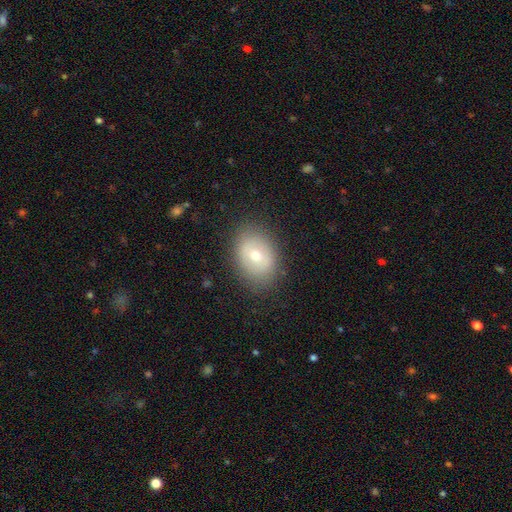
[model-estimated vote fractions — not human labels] A smooth galaxy with no disk features (62%) that is in between round and cigar-shaped (69%).

Vote fractions:
- Smooth or featured? smooth: 62% / featured or disk: 29% / star or artifact: 9%
- How rounded? in between: 69% / round: 30% / cigar-shaped: 1%
- Merging? none: 83% / minor disturbance: 12% / major disturbance: 4% / merger: 1%